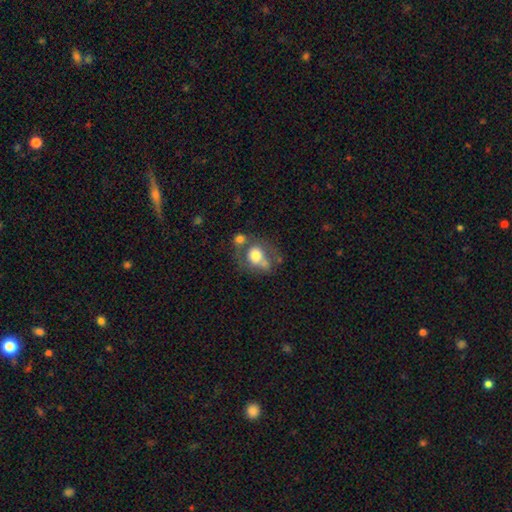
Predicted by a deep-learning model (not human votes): Morphology: type=smooth (63%); roundness=round (59%); merging=merger (36%).